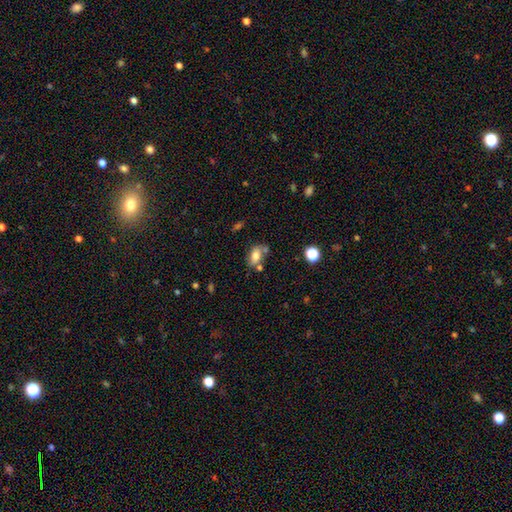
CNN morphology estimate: Smooth or featured: smooth — 73% (featured or disk — 18%)
How rounded: in between — 86% (round — 9%)
Merging: none — 57% (merger — 19%)